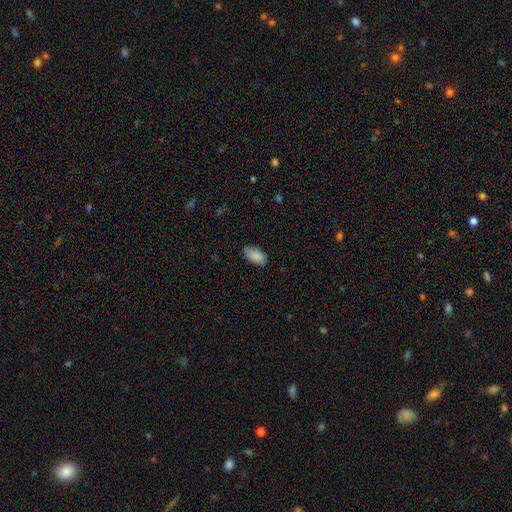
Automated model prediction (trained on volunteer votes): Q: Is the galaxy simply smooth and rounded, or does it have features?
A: smooth — 88%.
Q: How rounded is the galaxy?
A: in between — 94%.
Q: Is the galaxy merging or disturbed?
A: none — 79%.